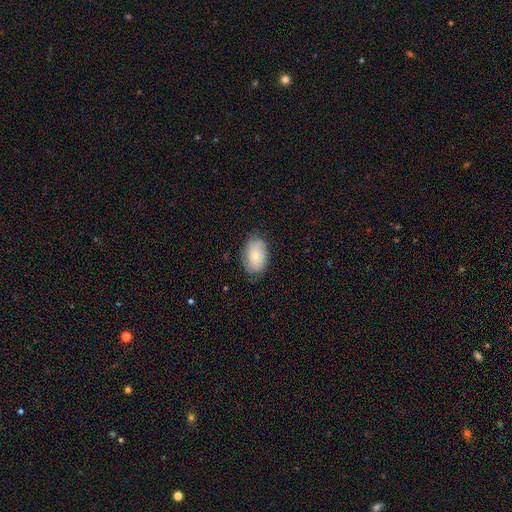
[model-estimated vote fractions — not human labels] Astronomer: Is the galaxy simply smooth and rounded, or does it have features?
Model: smooth — 71%.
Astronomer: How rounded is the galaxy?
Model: in between — 86%.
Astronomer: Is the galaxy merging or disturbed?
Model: none — 75%.